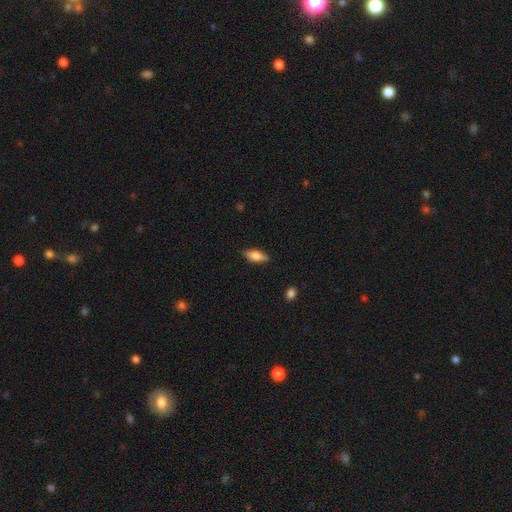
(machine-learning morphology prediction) This is likely a smooth galaxy (72%). How rounded: likely in between (78%). Merging: clearly none (83%).